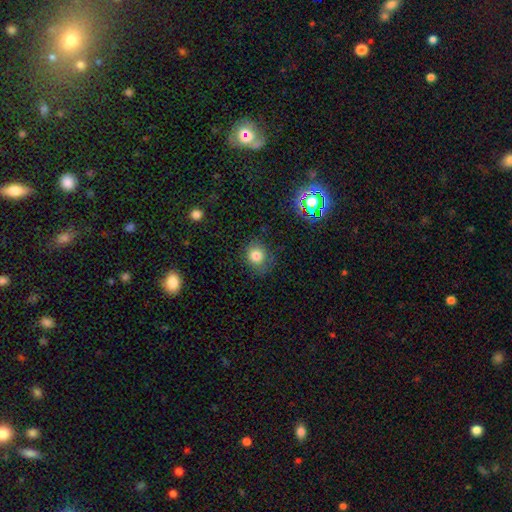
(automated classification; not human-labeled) Smooth or featured: smooth — 79% (star or artifact — 13%)
How rounded: round — 75% (in between — 24%)
Merging: none — 70% (minor disturbance — 21%)